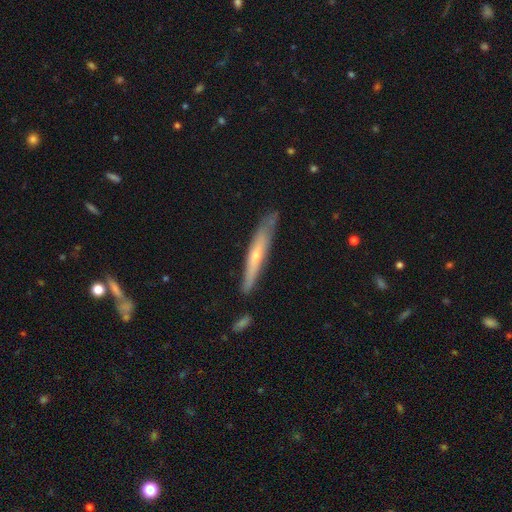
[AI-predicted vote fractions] This appears to be a featured or disk galaxy (56%) viewed edge-on (87%). Merging: none (77%).